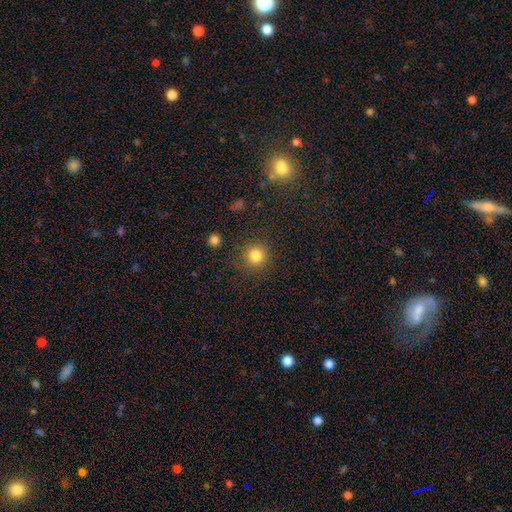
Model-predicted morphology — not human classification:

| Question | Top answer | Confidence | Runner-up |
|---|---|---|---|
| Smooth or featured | smooth | 82% | star or artifact (13%) |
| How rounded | round | 93% | in between (6%) |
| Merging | none | 85% | minor disturbance (8%) |